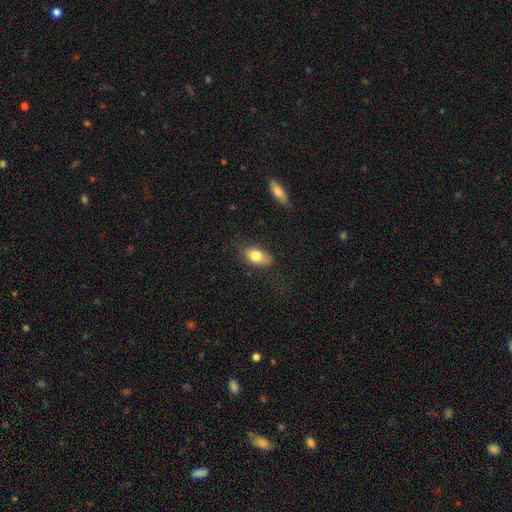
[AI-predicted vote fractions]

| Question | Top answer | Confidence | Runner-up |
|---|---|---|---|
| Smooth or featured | smooth | 79% | featured or disk (14%) |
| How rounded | in between | 87% | round (8%) |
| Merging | none | 67% | minor disturbance (24%) |